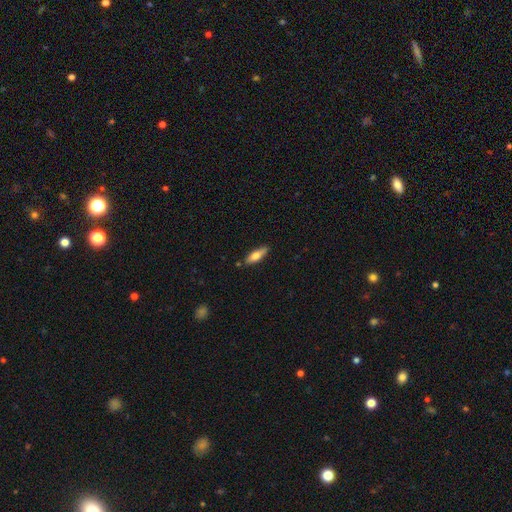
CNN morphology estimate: Smooth or featured?
  - smooth: 66% *
  - featured or disk: 28%
  - star or artifact: 6%
How rounded?
  - cigar-shaped: 52% *
  - in between: 46%
  - round: 2%
Merging?
  - none: 82% *
  - minor disturbance: 13%
  - merger: 3%
  - major disturbance: 2%